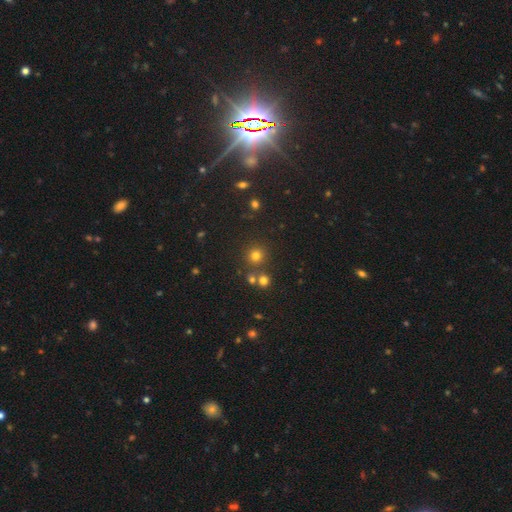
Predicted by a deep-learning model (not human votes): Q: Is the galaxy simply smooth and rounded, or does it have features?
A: smooth — 73%.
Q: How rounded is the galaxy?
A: round — 93%.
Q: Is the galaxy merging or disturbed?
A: none — 81%.